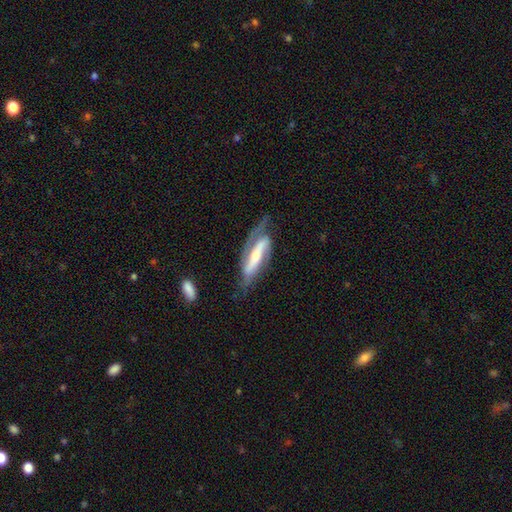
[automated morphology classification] The model was most divided on "bulge size": moderate: 44%, small: 40%, large: 9%, none: 4%, dominant: 2%. Remaining: spiral arms — yes (90%); spiral arm count — 2 (80%); edge-on disk — no (79%); smooth or featured — featured or disk (78%); bar — strong (64%); merging — none (55%); spiral winding — medium (41%).